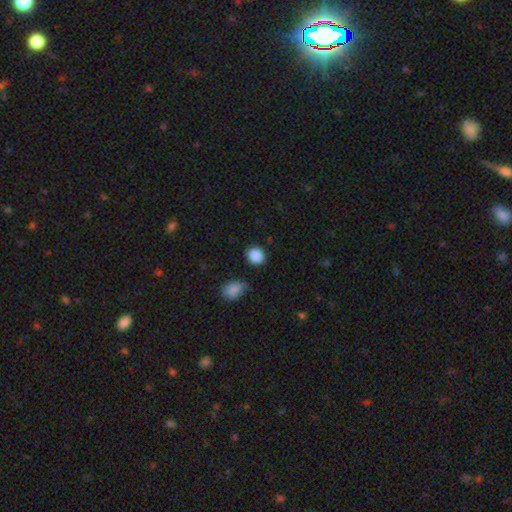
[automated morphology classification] smooth-or-featured: smooth: 88% | star or artifact: 9% | featured or disk: 3%
  how-rounded: round: 70% | in between: 29% | cigar-shaped: 1%
  merging: none: 84% | minor disturbance: 10% | merger: 3% | major disturbance: 3%